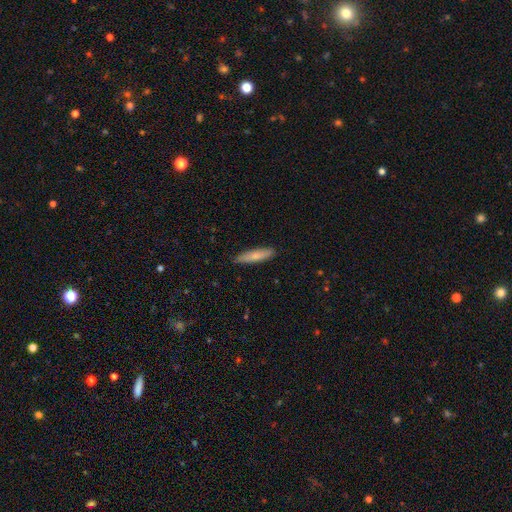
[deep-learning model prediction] This is likely a smooth galaxy (74%). How rounded: clearly cigar-shaped (82%). Merging: clearly none (87%).